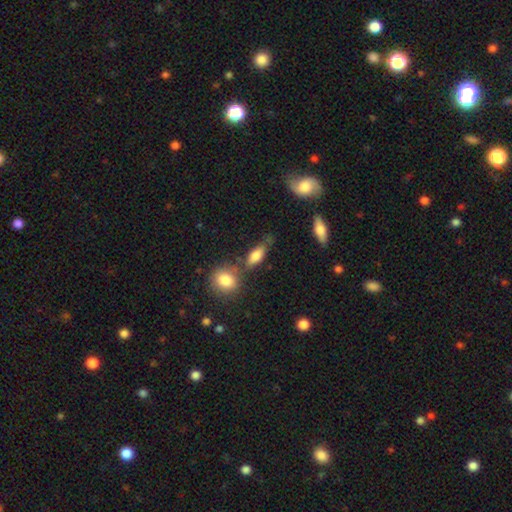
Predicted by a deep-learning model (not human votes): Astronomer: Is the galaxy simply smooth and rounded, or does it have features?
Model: smooth — 78%.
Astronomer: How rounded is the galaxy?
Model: in between — 76%.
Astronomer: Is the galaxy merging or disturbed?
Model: none — 59%.